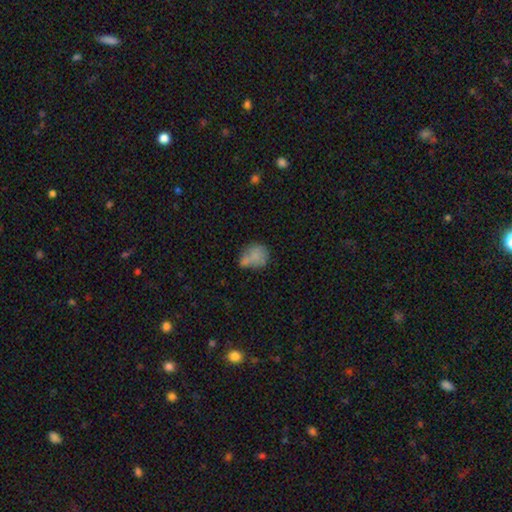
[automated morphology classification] This appears to be a smooth galaxy with no disk features (72%) that is round (65%). Merging: none (41%).